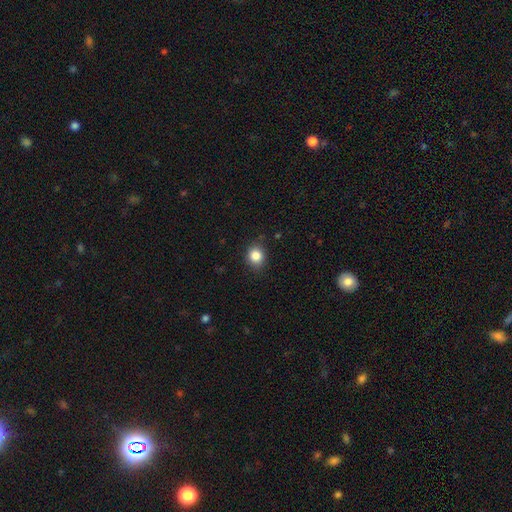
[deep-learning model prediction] A smooth galaxy with no disk features (85%) that is round (73%). Merging: none (85%).